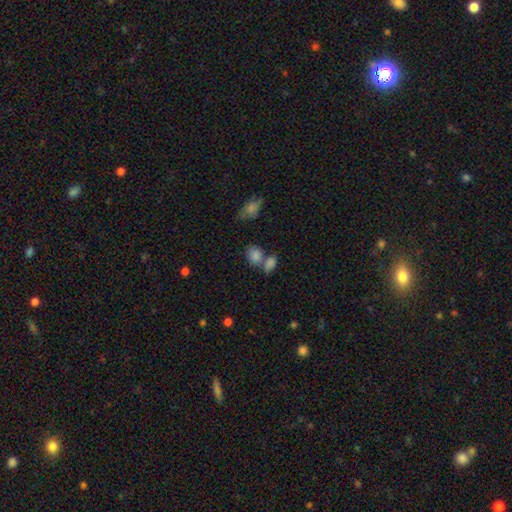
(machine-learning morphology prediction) This appears to be a smooth galaxy with no disk features (80%) that is in between round and cigar-shaped (57%). Merging: none (44%).